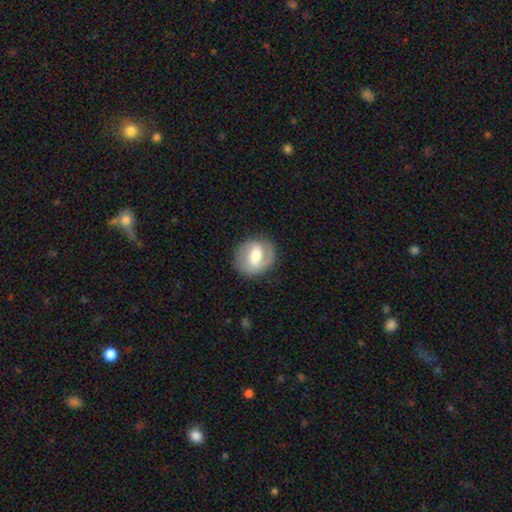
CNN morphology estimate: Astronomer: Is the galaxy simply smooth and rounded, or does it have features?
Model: featured or disk — 57% (runner-up: smooth, 37%).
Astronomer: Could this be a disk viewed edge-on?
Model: no — 96%.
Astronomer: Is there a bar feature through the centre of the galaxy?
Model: weak — 43% (runner-up: strong, 35%).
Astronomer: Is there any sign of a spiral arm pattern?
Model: yes — 67%.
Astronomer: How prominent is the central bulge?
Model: moderate — 57%.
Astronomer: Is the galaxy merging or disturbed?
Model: none — 82%.